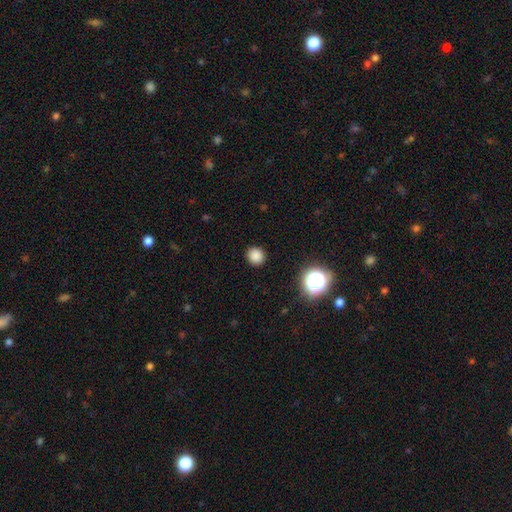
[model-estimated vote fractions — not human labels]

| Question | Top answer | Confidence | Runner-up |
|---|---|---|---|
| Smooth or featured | smooth | 83% | star or artifact (13%) |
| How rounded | round | 91% | in between (8%) |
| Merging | none | 91% | minor disturbance (5%) |